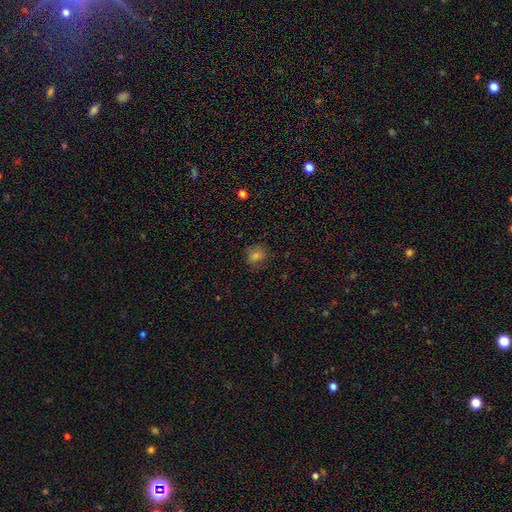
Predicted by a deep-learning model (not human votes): This is likely a smooth galaxy (68%). How rounded: likely round (72%). Merging: clearly none (81%).